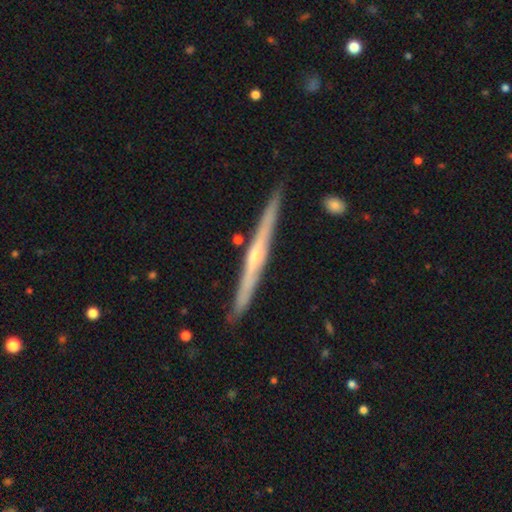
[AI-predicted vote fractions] This is likely a featured or disk galaxy (78%). It is clearly viewed edge-on (98%). Edge-on bulge: likely rounded (66%). Merging: clearly none (90%).